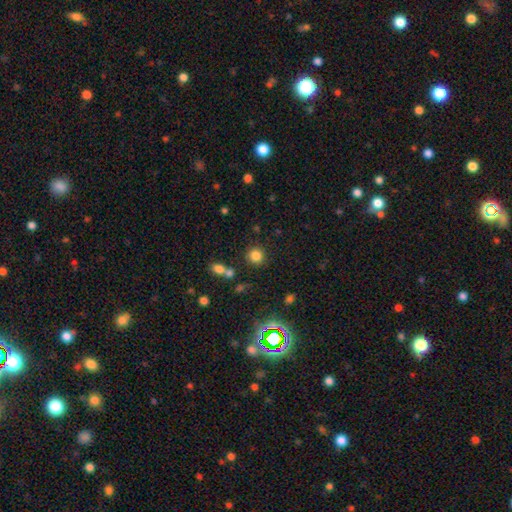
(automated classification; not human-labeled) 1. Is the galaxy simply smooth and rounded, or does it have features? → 80% smooth, 14% star or artifact, 6% featured or disk.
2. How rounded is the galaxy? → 90% round, 9% in between, 1% cigar-shaped.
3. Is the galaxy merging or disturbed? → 82% none, 8% minor disturbance, 7% merger, 3% major disturbance.